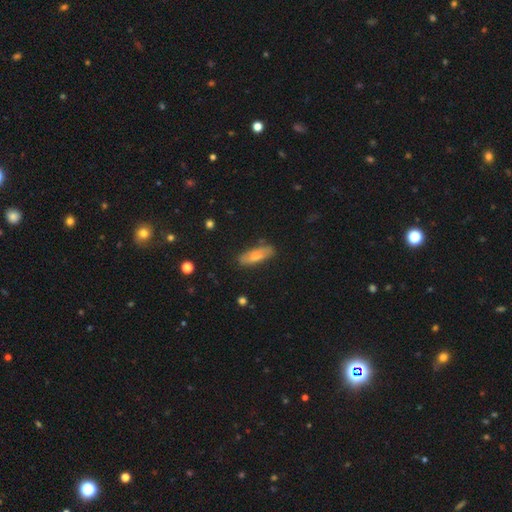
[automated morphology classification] smooth-or-featured: smooth: 72% | featured or disk: 22% | star or artifact: 6%
  how-rounded: in between: 57% | cigar-shaped: 41% | round: 2%
  merging: none: 79% | minor disturbance: 16% | major disturbance: 3% | merger: 2%